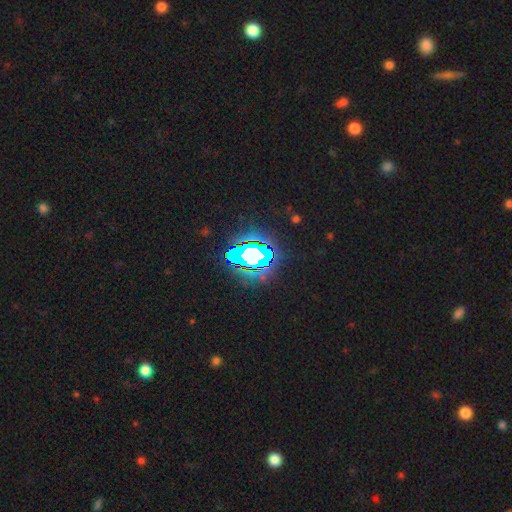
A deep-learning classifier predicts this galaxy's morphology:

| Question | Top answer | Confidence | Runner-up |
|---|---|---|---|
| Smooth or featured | star or artifact | 64% | featured or disk (18%) |